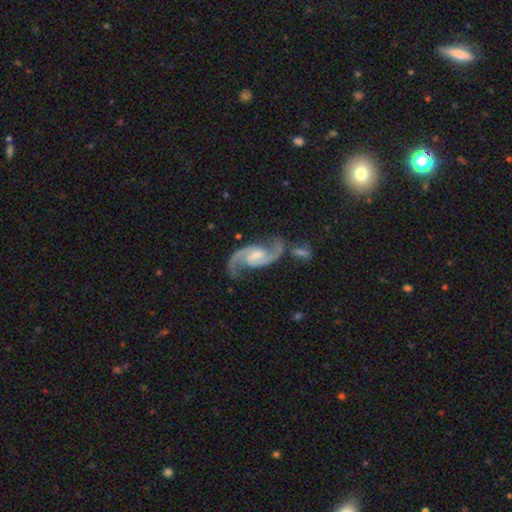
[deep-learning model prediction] smooth_or_featured: featured or disk (p=0.93) [alt: star or artifact p=0.04]
disk_edge_on: no (p=0.98) [alt: yes p=0.02]
bar: weak (p=0.58) [alt: strong p=0.22]
has_spiral_arms: yes (p=0.98) [alt: no p=0.02]
spiral_winding: medium (p=0.52) [alt: loose p=0.38]
spiral_arm_count: 2 (p=0.94) [alt: can't tell p=0.01]
bulge_size: small (p=0.44) [alt: moderate p=0.35]
merging: none (p=0.69) [alt: minor disturbance p=0.15]